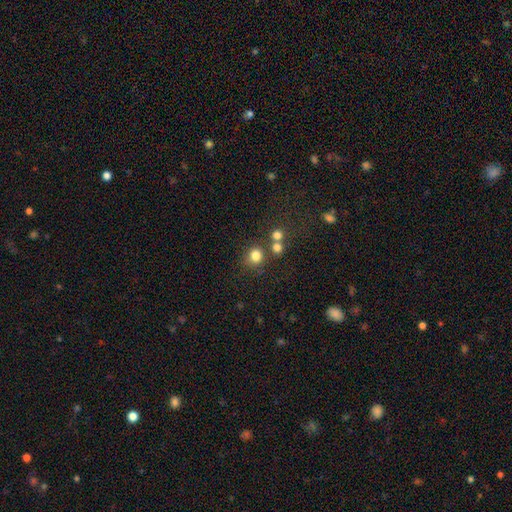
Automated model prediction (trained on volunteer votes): This is likely a smooth galaxy (79%). How rounded: clearly round (85%). Merging: likely none (68%).